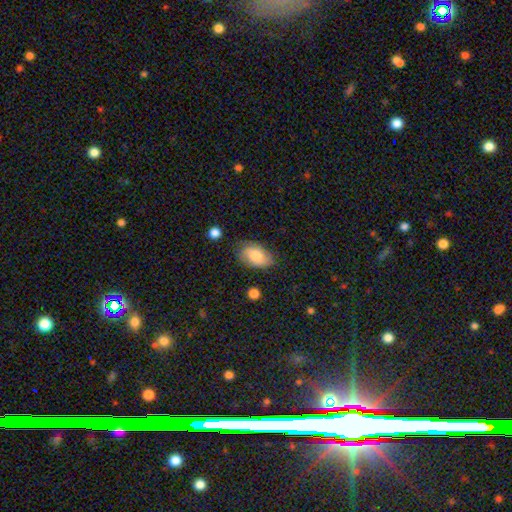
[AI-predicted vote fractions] Smooth or featured?
  - smooth: 66% *
  - featured or disk: 26%
  - star or artifact: 8%
How rounded?
  - in between: 90% *
  - round: 9%
  - cigar-shaped: 2%
Merging?
  - none: 72% *
  - minor disturbance: 21%
  - major disturbance: 5%
  - merger: 2%